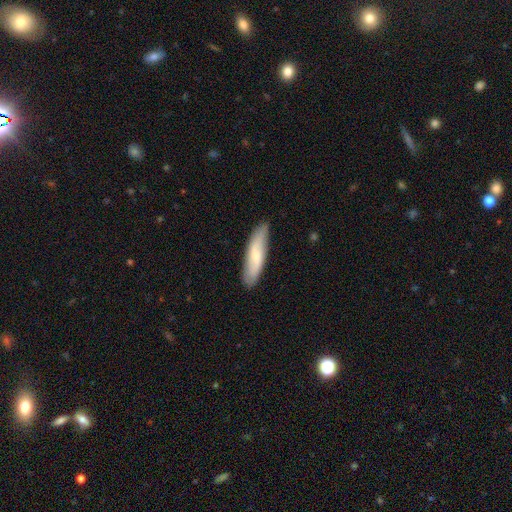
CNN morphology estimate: Smooth or featured?
  - smooth: 59% *
  - featured or disk: 35%
  - star or artifact: 6%
How rounded?
  - cigar-shaped: 67% *
  - in between: 32%
  - round: 2%
Merging?
  - none: 82% *
  - minor disturbance: 14%
  - major disturbance: 2%
  - merger: 1%